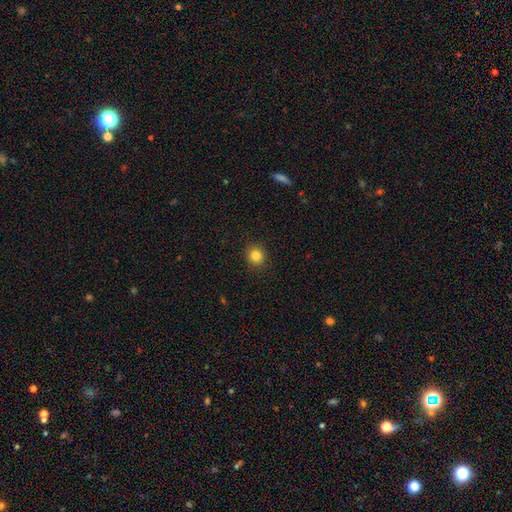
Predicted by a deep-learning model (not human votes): Smooth or featured? Predicted: smooth (p=0.83). How rounded? Predicted: round (p=0.88). Merging? Predicted: none (p=0.92).